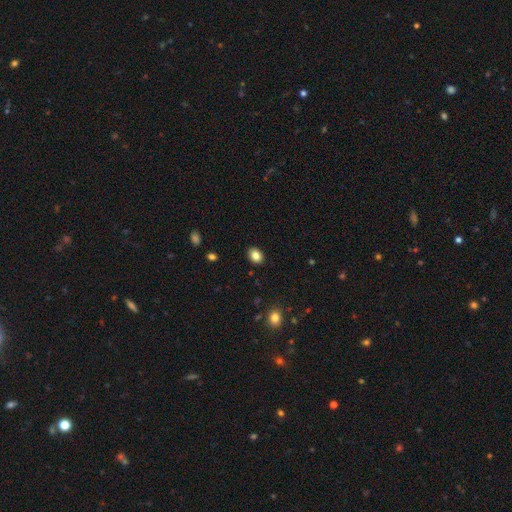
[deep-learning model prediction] Smooth or featured? Predicted: smooth (p=0.84). How rounded? Predicted: in between (p=0.69). Merging? Predicted: none (p=0.89).